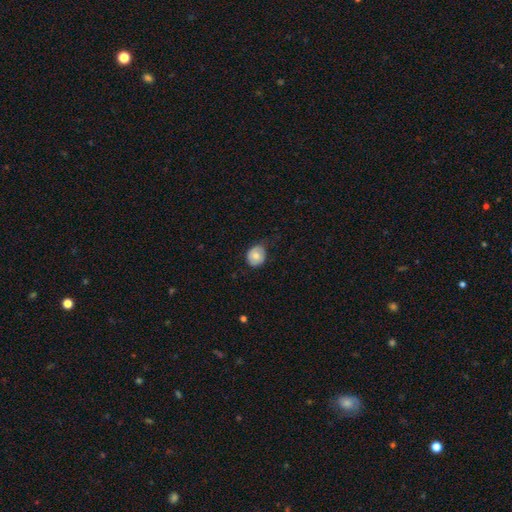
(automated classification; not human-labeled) Q: Smooth or featured?
A: smooth (71%); runner-up: featured or disk (21%)
Q: How rounded?
A: round (71%); runner-up: in between (29%)
Q: Merging?
A: none (68%); runner-up: minor disturbance (25%)